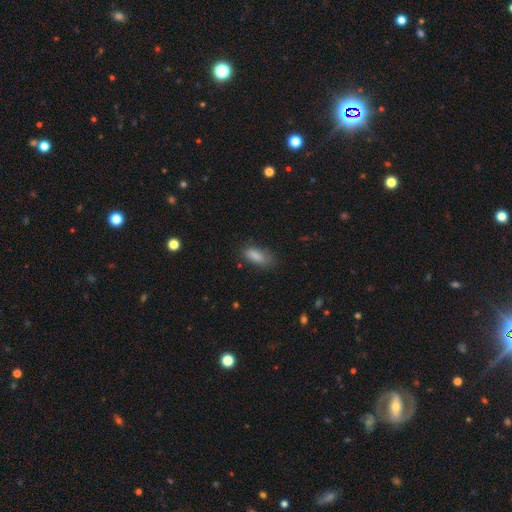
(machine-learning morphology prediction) A smooth galaxy with no disk features (86%) that is in between round and cigar-shaped (81%). Merging: none (67%).